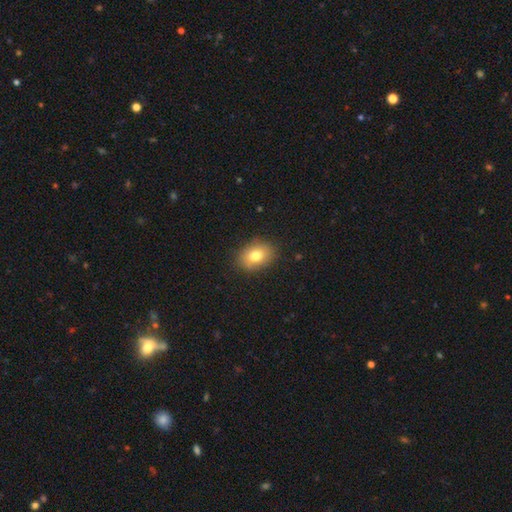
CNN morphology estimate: Overall: smooth (79%). How rounded: in between (75%). Merging: none (85%).